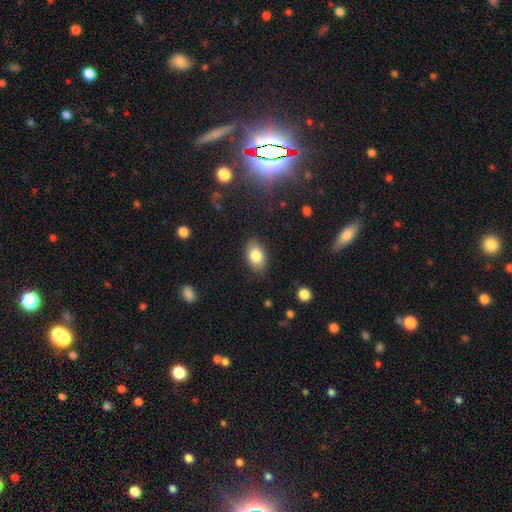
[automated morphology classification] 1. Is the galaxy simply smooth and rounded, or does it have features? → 82% smooth, 10% featured or disk, 8% star or artifact.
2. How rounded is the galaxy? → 89% in between, 10% round, 1% cigar-shaped.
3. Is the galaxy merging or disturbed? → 84% none, 12% minor disturbance, 3% major disturbance, 1% merger.